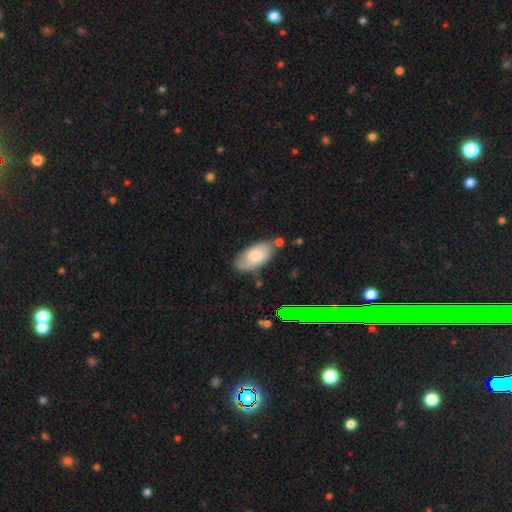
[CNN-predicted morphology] The model was most divided on "merging": none: 67%, minor disturbance: 20%, merger: 8%, major disturbance: 5%. More confident: how rounded — in between (93%); smooth or featured — smooth (72%).